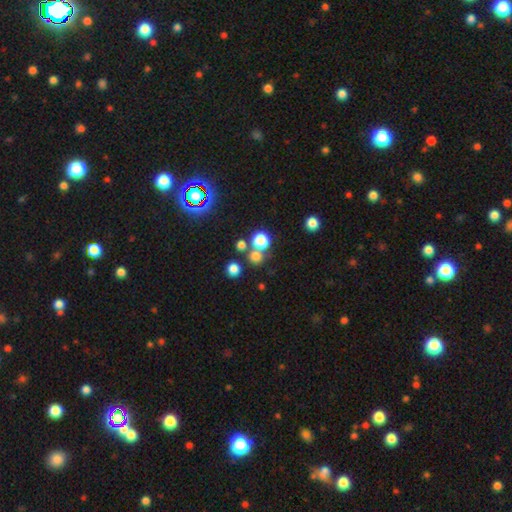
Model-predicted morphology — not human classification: This is likely a smooth galaxy (70%). How rounded: clearly round (89%). Merging: likely none (64%).